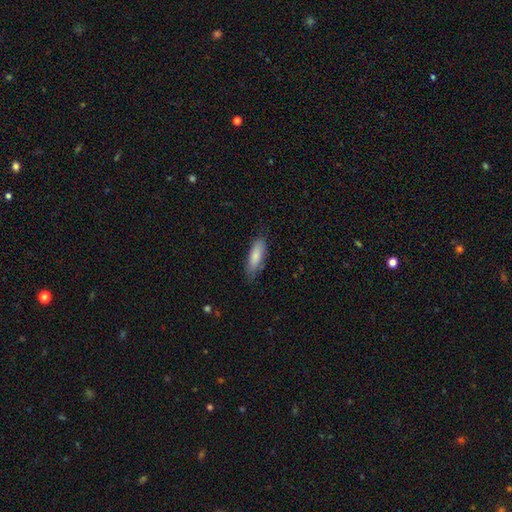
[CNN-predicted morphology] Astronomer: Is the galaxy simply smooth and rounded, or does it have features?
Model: smooth — 82%.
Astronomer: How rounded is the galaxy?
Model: in between — 59% (runner-up: cigar-shaped, 39%).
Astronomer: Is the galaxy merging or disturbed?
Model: none — 73%.